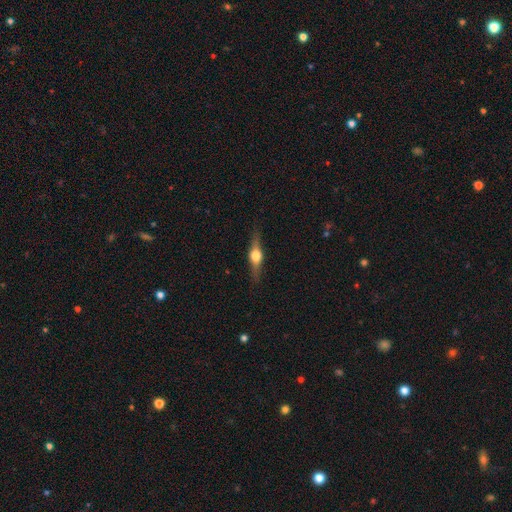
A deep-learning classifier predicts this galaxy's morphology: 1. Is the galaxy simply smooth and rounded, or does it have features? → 71% featured or disk, 23% smooth, 6% star or artifact.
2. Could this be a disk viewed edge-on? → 96% yes, 4% no.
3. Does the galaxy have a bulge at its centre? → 95% rounded, 4% boxy, 1% none.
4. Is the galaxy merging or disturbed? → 87% none, 9% minor disturbance, 2% major disturbance, 1% merger.